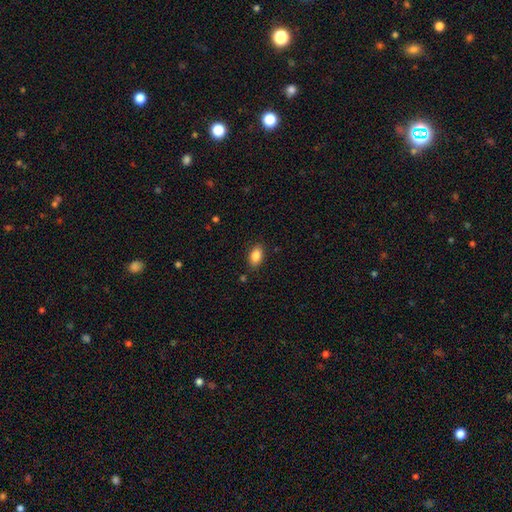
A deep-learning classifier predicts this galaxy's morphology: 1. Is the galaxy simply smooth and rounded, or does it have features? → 86% smooth, 8% star or artifact, 6% featured or disk.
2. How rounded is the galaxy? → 91% in between, 7% round, 2% cigar-shaped.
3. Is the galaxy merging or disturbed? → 86% none, 10% minor disturbance, 2% major disturbance, 2% merger.